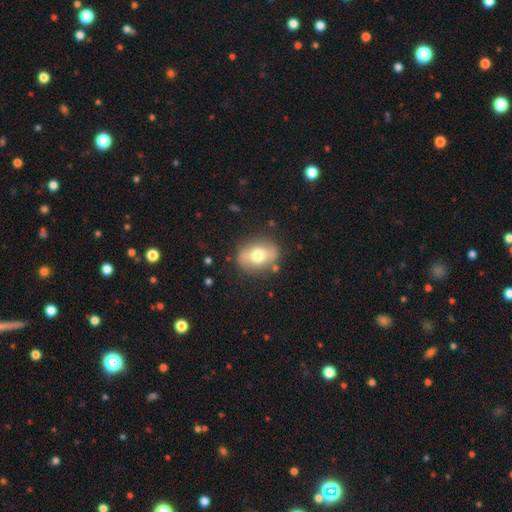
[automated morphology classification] type=smooth (54%); roundness=in between (64%); merging=none (81%).